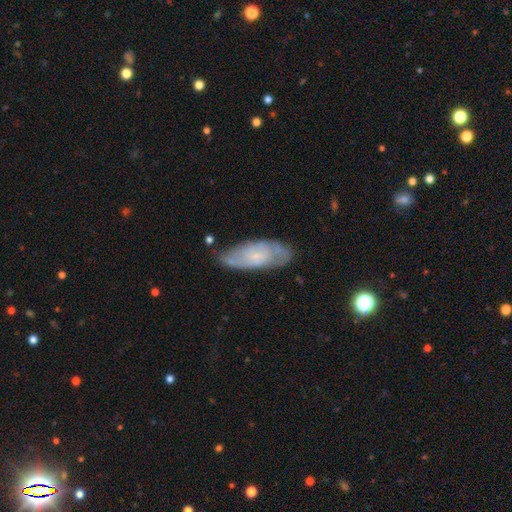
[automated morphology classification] Q: Smooth or featured?
A: featured or disk (59%); runner-up: smooth (34%)
Q: Edge-on disk?
A: no (88%); runner-up: yes (12%)
Q: Bar?
A: no (71%); runner-up: weak (25%)
Q: Spiral arms?
A: yes (79%); runner-up: no (21%)
Q: Bulge size?
A: small (74%); runner-up: moderate (14%)
Q: Merging?
A: none (64%); runner-up: minor disturbance (26%)